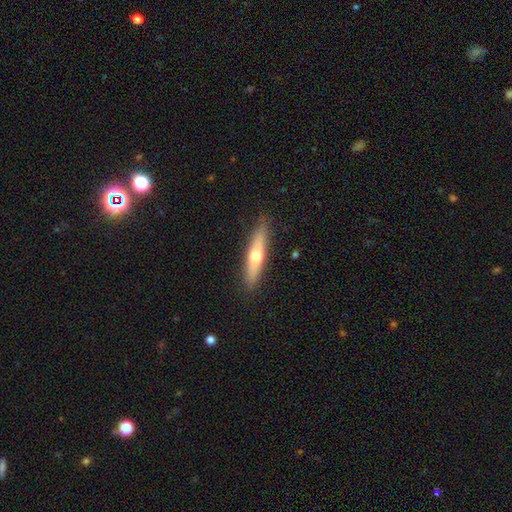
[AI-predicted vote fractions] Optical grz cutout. It shows a smooth galaxy with no disk features (50%) that is cigar-shaped (87%). Merging: none (89%).